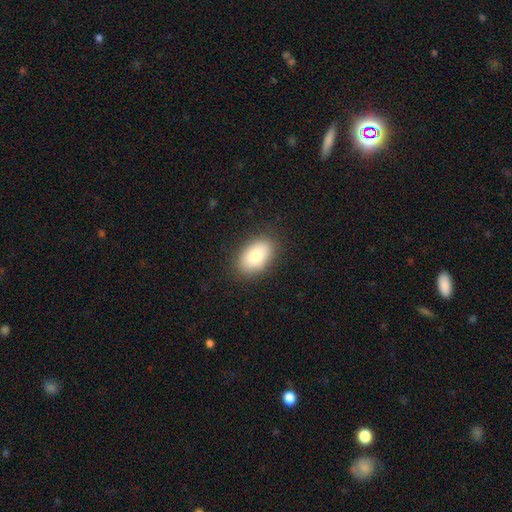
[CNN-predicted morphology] This is clearly a smooth galaxy (82%). How rounded: clearly in between (90%). Merging: clearly none (87%).